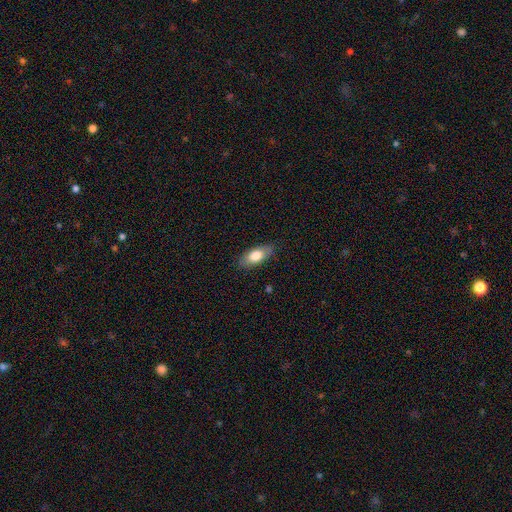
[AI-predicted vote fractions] This is likely a smooth galaxy (77%). How rounded: clearly in between (84%). Merging: clearly none (84%).